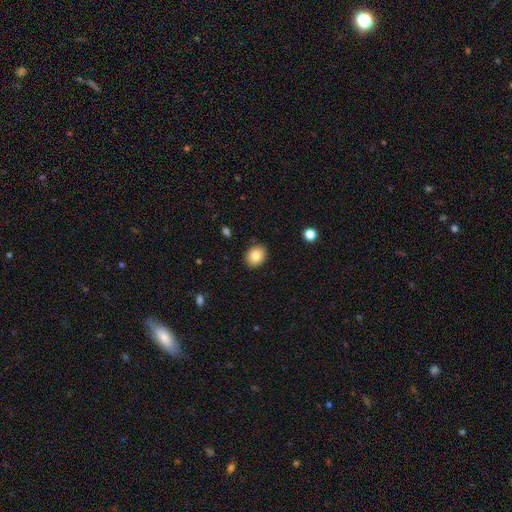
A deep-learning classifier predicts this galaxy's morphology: Q: Smooth or featured?
A: smooth (84%); runner-up: star or artifact (9%)
Q: How rounded?
A: round (61%); runner-up: in between (38%)
Q: Merging?
A: none (90%); runner-up: minor disturbance (7%)